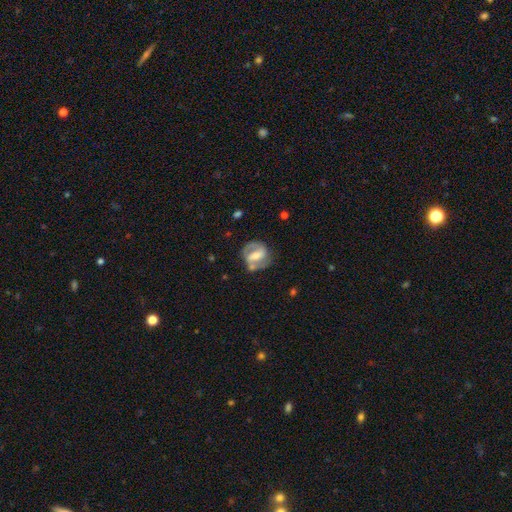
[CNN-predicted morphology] Smooth or featured? featured or disk (79%)
Edge-on disk? no (96%)
Bar? strong (55%)
Spiral arms? yes (84%)
Spiral winding? medium (49%)
Spiral arm count? 2 (84%)
Bulge size? moderate (54%)
Merging? none (69%)